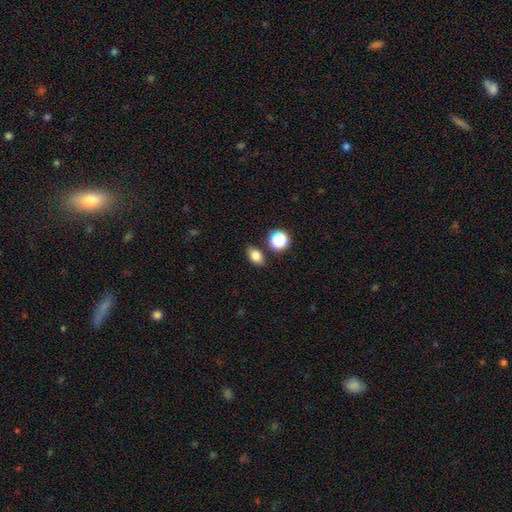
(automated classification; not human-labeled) A smooth galaxy with no disk features (80%) that is in between round and cigar-shaped (79%).

Vote fractions:
- Smooth or featured? smooth: 80% / star or artifact: 12% / featured or disk: 8%
- How rounded? in between: 79% / round: 19% / cigar-shaped: 2%
- Merging? none: 81% / minor disturbance: 11% / merger: 6% / major disturbance: 3%